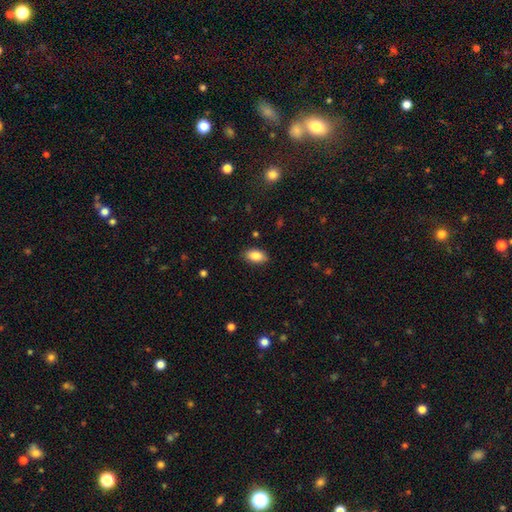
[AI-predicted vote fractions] Q: Smooth or featured?
A: smooth (87%); runner-up: star or artifact (7%)
Q: How rounded?
A: in between (92%); runner-up: round (5%)
Q: Merging?
A: none (86%); runner-up: minor disturbance (10%)